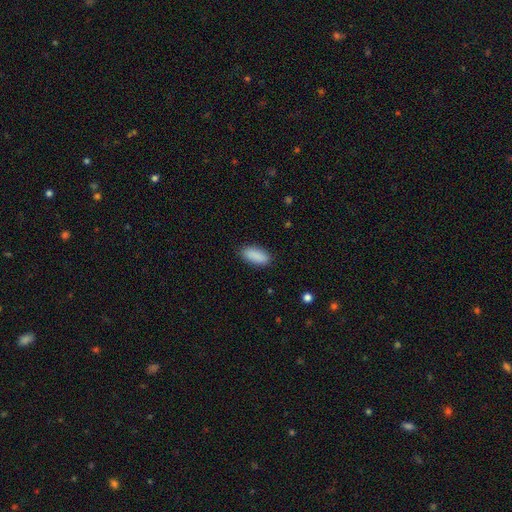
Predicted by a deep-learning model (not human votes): The model was most divided on "how rounded": in between: 86%, cigar-shaped: 12%, round: 2%. More confident: smooth or featured — smooth (90%); merging — none (88%).